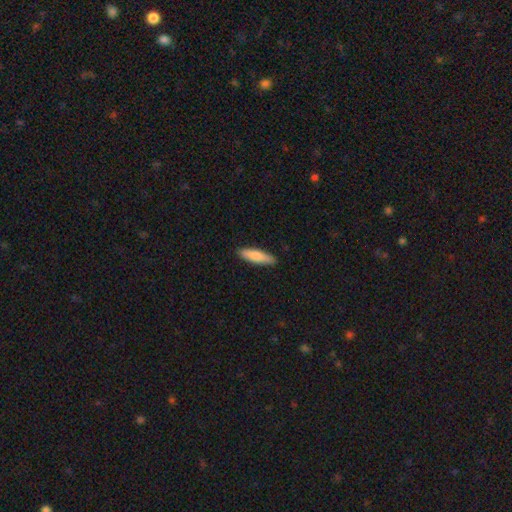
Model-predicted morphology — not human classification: smooth_or_featured: smooth (p=0.82) [alt: featured or disk p=0.13]
how_rounded: cigar-shaped (p=0.68) [alt: in between p=0.30]
merging: none (p=0.90) [alt: minor disturbance p=0.08]